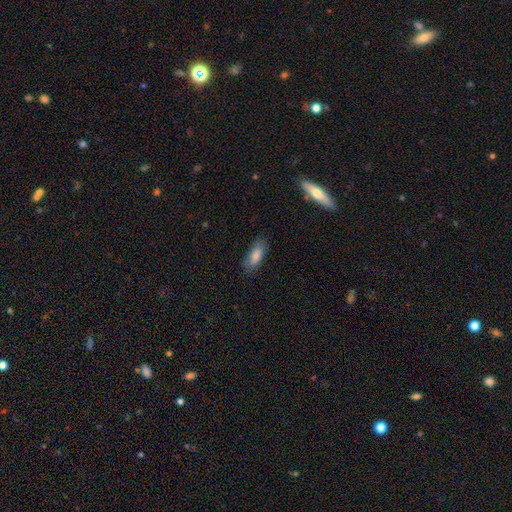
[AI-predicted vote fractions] smooth 82%, featured or disk 11%, star or artifact 7%. Down the decision tree: how rounded — in between (74%); merging — none (79%).